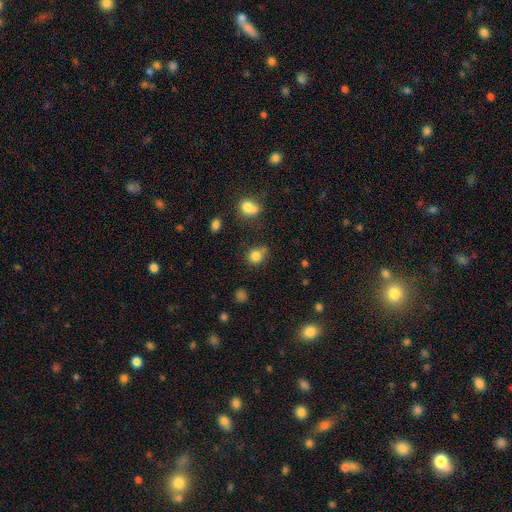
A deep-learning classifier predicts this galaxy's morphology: A smooth galaxy with no disk features (81%) that is round (78%). Merging: none (60%).